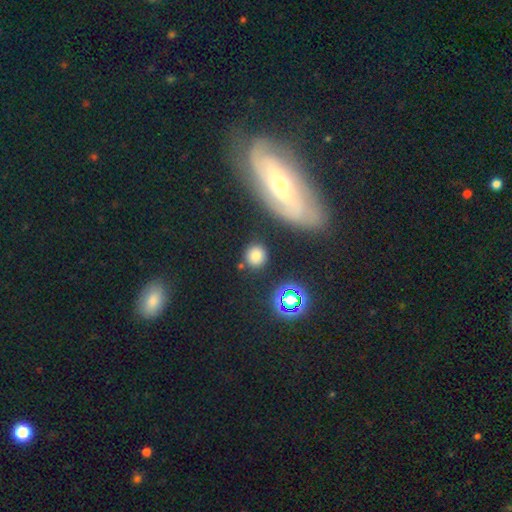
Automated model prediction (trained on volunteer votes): Smooth or featured: smooth — 76% (star or artifact — 16%)
How rounded: round — 89% (in between — 9%)
Merging: none — 84% (minor disturbance — 9%)